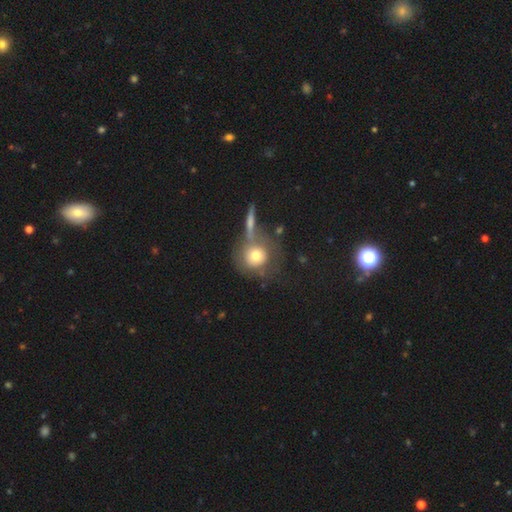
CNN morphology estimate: This is likely a smooth galaxy (69%). How rounded: clearly round (90%). Merging: possibly none (51%).